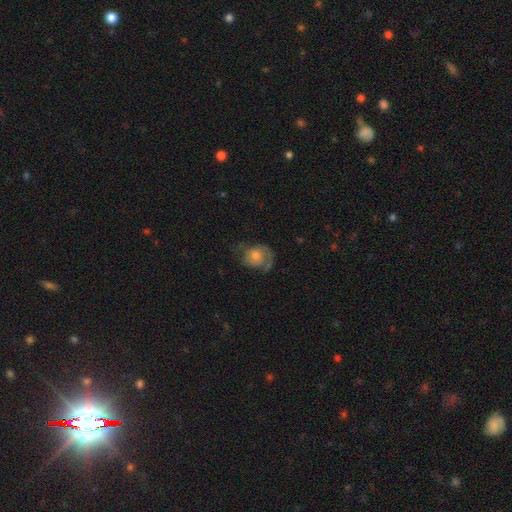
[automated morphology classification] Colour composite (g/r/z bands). It shows a featured or disk galaxy (50%). Merging: none (45%).